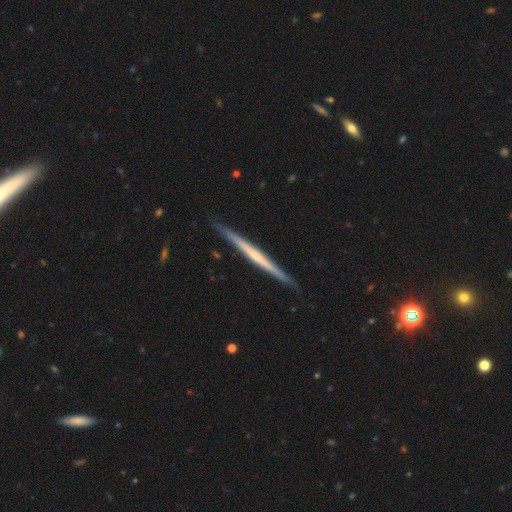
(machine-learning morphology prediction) The model was most divided on "smooth or featured": featured or disk: 67%, smooth: 28%, star or artifact: 5%. More confident: edge-on disk — yes (98%); merging — none (90%); edge-on bulge — none (74%).